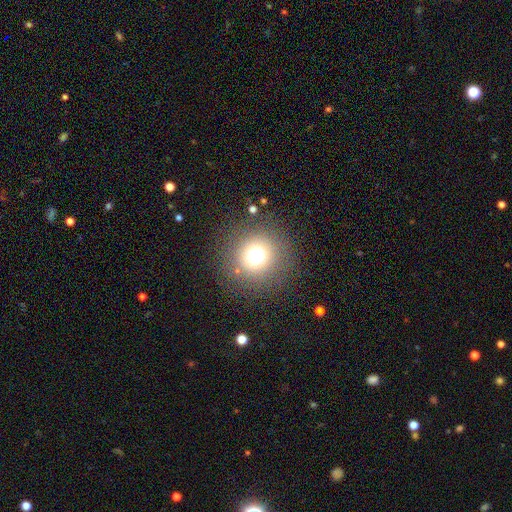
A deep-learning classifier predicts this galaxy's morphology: The model was most divided on "smooth or featured": smooth: 74%, star or artifact: 16%, featured or disk: 9%. More confident: how rounded — round (94%); merging — none (86%).